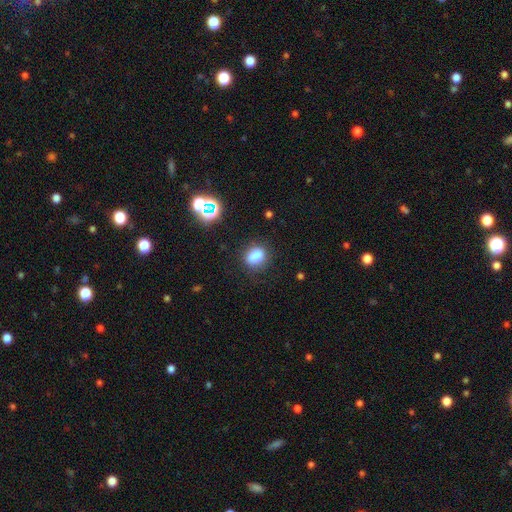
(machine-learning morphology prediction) A smooth galaxy with no disk features (80%) that is in between round and cigar-shaped (61%).

Vote fractions:
- Smooth or featured? smooth: 80% / star or artifact: 13% / featured or disk: 7%
- How rounded? in between: 61% / round: 37% / cigar-shaped: 2%
- Merging? none: 75% / minor disturbance: 16% / major disturbance: 6% / merger: 3%